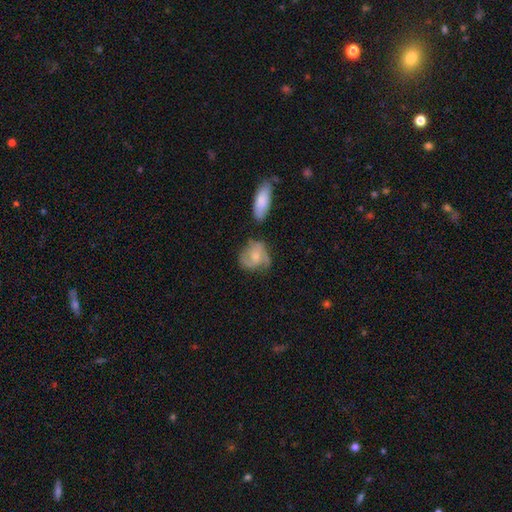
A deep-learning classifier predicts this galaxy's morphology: A featured or disk galaxy (60%) with no bar (65%), 2 (56%) medium (47%) spiral arms (87%) and a moderate central bulge (42%). Merging: none (50%).